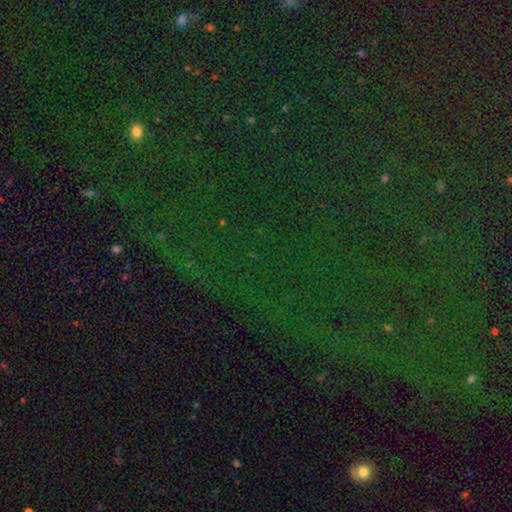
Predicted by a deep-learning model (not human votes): This is clearly a star or artifact rather than a galaxy (82%).